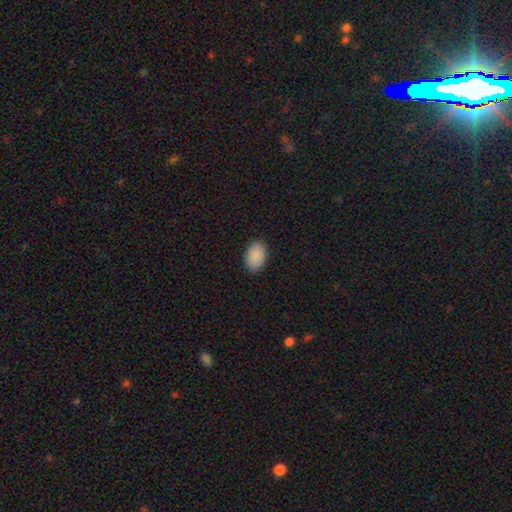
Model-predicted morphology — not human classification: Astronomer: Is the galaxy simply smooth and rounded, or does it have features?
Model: smooth — 90%.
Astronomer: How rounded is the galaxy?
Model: in between — 87%.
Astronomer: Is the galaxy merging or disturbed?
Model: none — 88%.